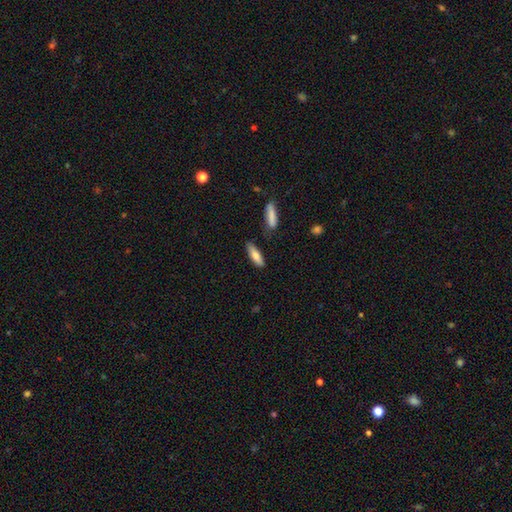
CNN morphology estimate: Overall: smooth (77%). How rounded: cigar-shaped (54%; in between 44%). Merging: none (79%).